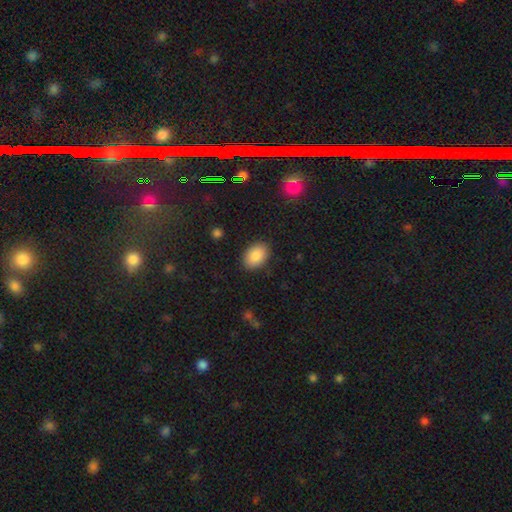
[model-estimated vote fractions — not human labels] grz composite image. It shows a smooth galaxy with no disk features (87%) that is in between round and cigar-shaped (83%). Merging: none (87%).